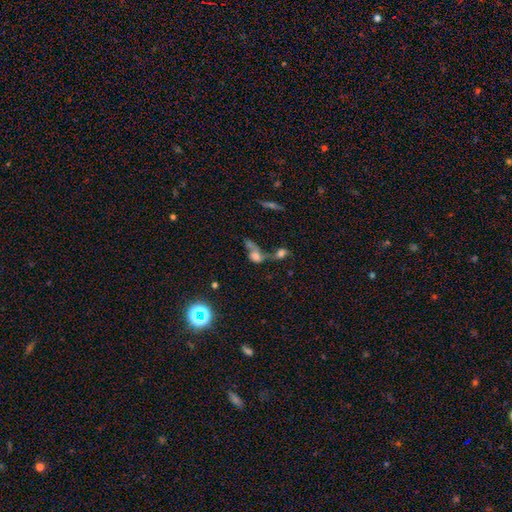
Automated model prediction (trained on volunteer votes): Smooth or featured? smooth (48%)
Merging? merger (63%)